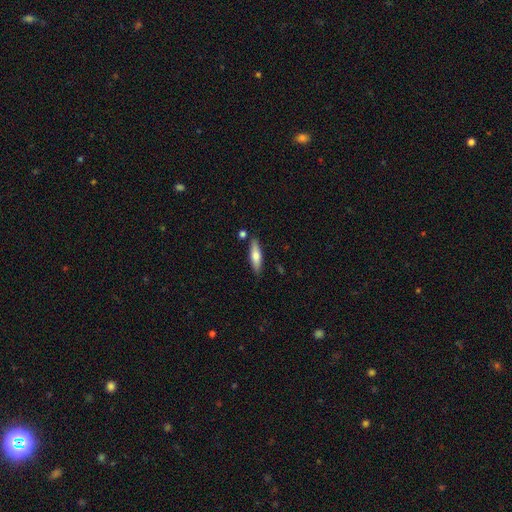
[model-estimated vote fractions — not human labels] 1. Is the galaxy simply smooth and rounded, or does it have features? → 61% smooth, 33% featured or disk, 6% star or artifact.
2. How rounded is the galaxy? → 64% cigar-shaped, 34% in between, 2% round.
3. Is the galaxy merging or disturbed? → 82% none, 11% minor disturbance, 4% merger, 2% major disturbance.